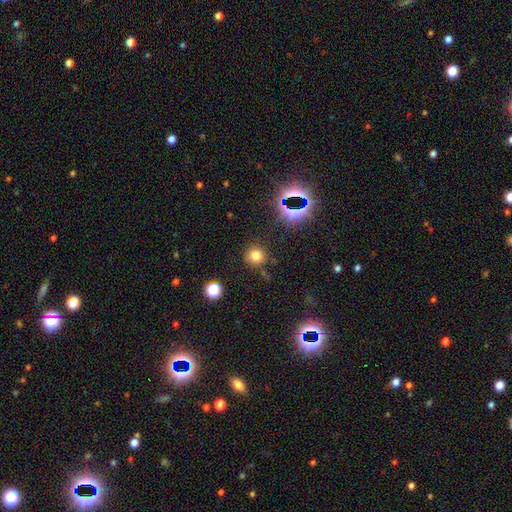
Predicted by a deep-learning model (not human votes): smooth_or_featured: smooth (p=0.75) [alt: star or artifact p=0.19]
how_rounded: round (p=0.92) [alt: in between p=0.07]
merging: none (p=0.84) [alt: minor disturbance p=0.09]